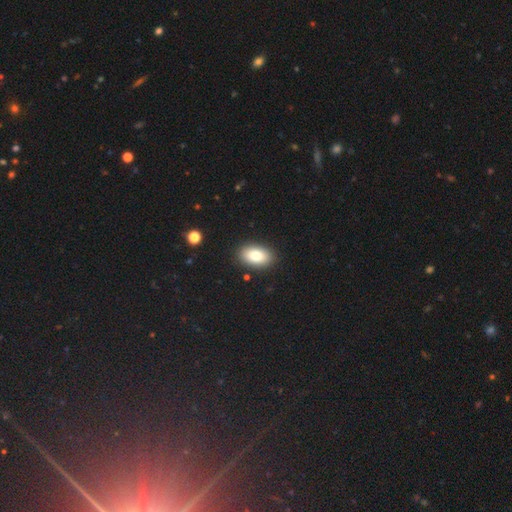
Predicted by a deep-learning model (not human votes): smooth 83%, featured or disk 10%, star or artifact 8%. Down the decision tree: how rounded — in between (92%); merging — none (89%).